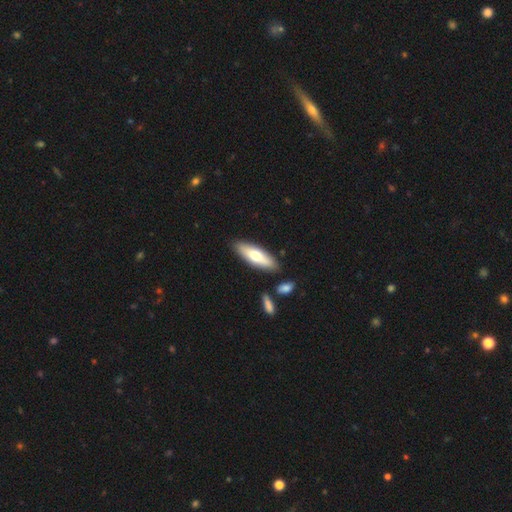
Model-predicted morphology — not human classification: Smooth or featured? smooth (61%)
How rounded? in between (52%)
Merging? none (85%)